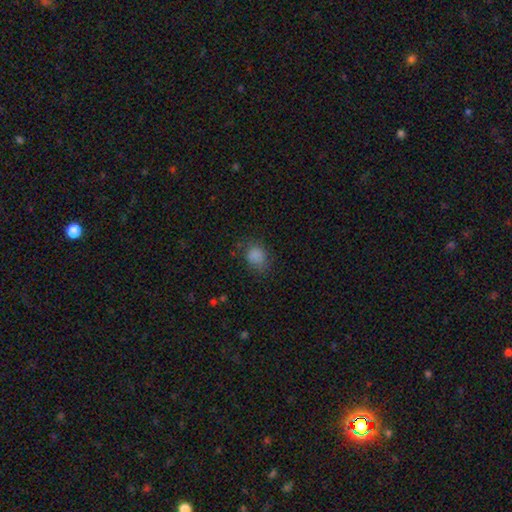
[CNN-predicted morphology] type=smooth (81%); roundness=round (55%); merging=none (67%).